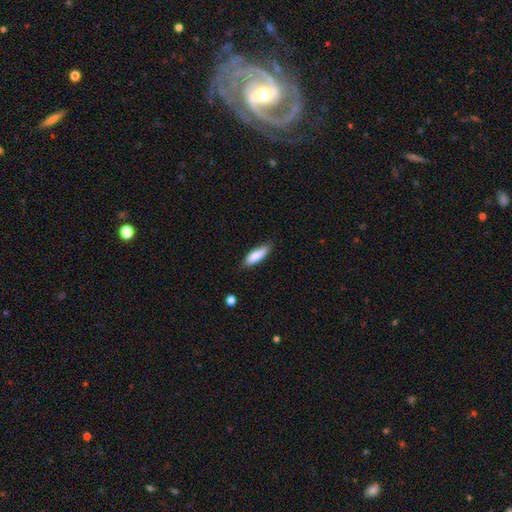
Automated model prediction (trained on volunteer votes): smooth-or-featured: smooth: 82% | featured or disk: 12% | star or artifact: 6%
  how-rounded: cigar-shaped: 50% | in between: 48% | round: 2%
  merging: none: 75% | minor disturbance: 20% | major disturbance: 3% | merger: 2%